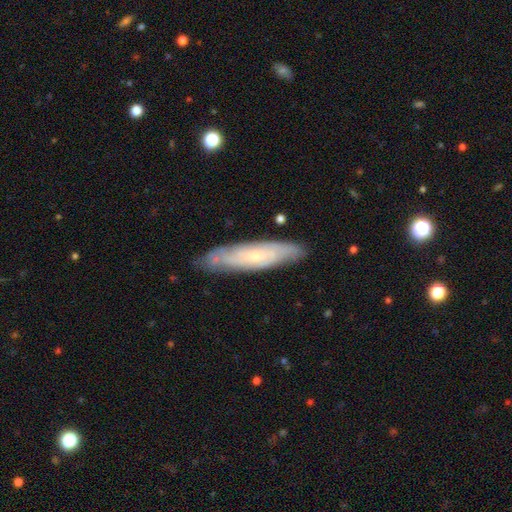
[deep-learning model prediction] smooth_or_featured: featured or disk (p=0.57) [alt: smooth p=0.36]
disk_edge_on: no (p=0.60) [alt: yes p=0.40]
merging: none (p=0.81) [alt: minor disturbance p=0.15]